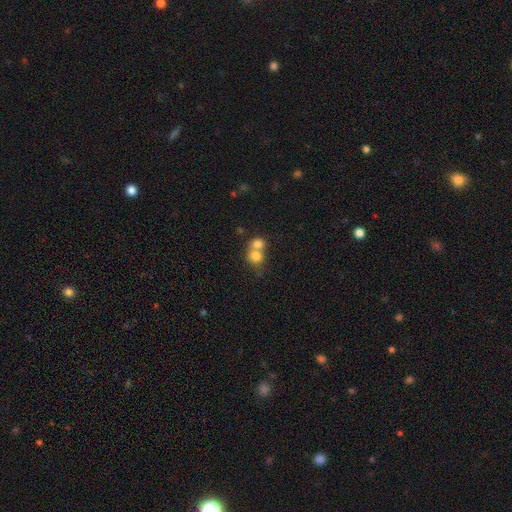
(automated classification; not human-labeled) The model was most divided on "merging": merger: 65%, none: 26%, minor disturbance: 6%, major disturbance: 3%. More confident: smooth or featured — smooth (76%); how rounded — round (70%).